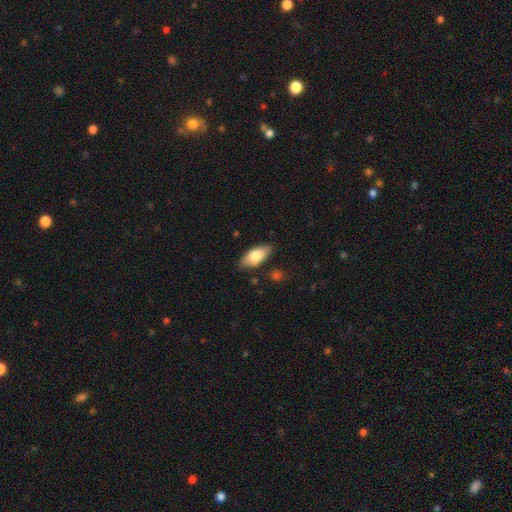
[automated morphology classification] Overall: smooth (79%). How rounded: in between (87%). Merging: none (80%).